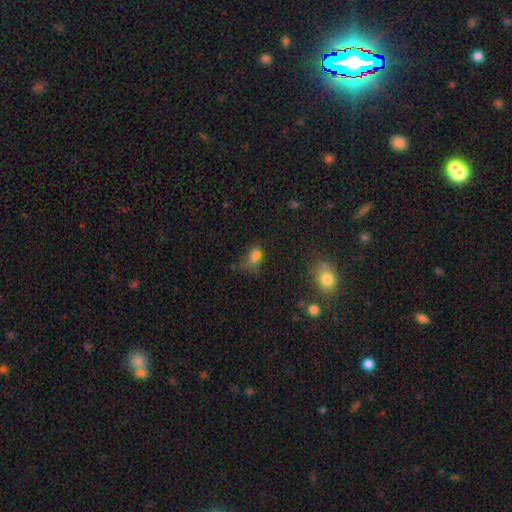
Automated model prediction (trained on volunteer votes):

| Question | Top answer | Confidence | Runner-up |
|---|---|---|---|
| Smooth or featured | smooth | 73% | star or artifact (19%) |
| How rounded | in between | 81% | round (15%) |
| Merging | none | 45% | minor disturbance (27%) |